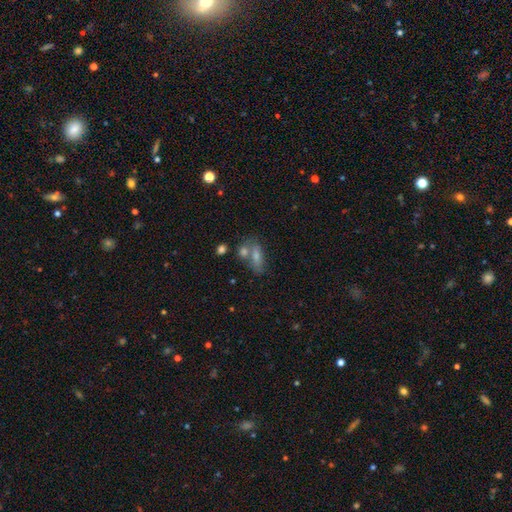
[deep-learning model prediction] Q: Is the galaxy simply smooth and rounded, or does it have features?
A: smooth — 67%.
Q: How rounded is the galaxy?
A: in between — 68%.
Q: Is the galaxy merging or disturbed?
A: none — 45%.